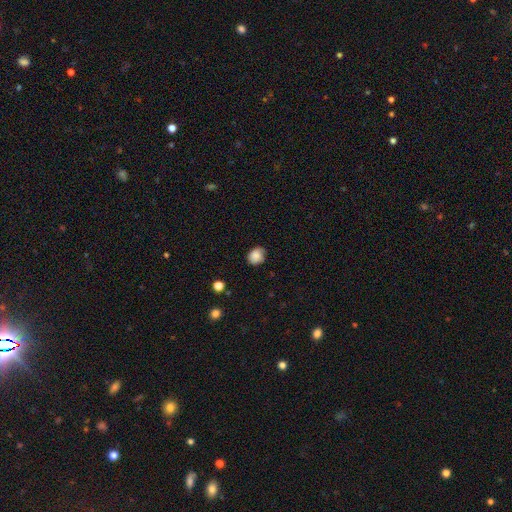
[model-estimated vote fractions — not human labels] Overall: smooth (84%). How rounded: round (59%; in between 40%). Merging: none (71%).